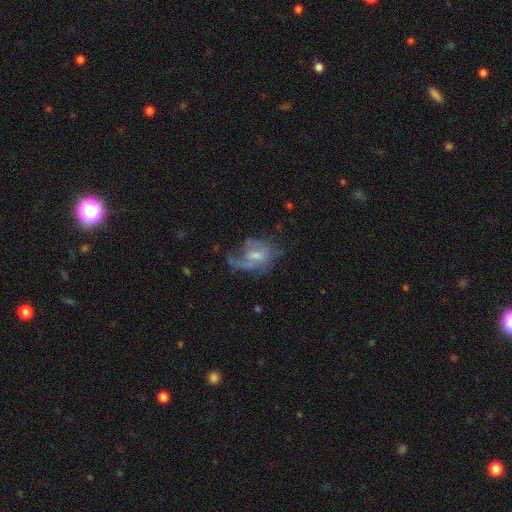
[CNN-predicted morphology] A featured or disk galaxy (63%) with no bar (52%), spiral arms (74%) and a small central bulge (44%). Merging: major disturbance (37%).